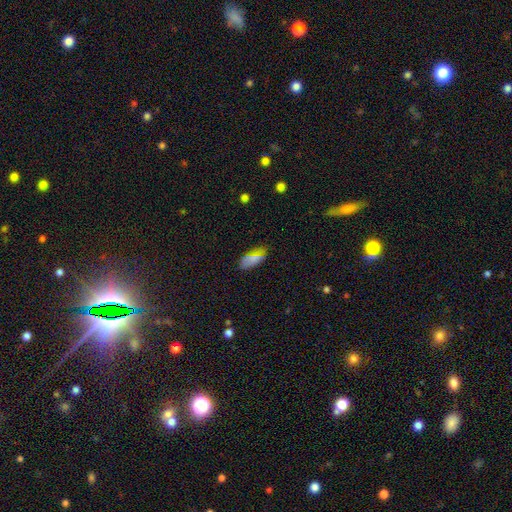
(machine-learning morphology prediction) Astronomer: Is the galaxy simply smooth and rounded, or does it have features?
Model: smooth — 77%.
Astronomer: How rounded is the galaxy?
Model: in between — 85%.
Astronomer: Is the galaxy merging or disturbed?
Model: none — 79%.